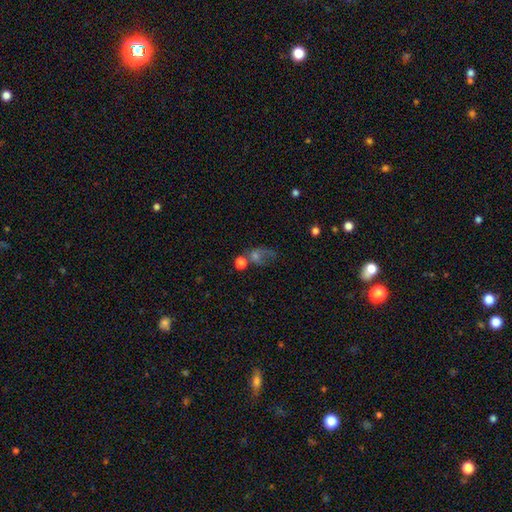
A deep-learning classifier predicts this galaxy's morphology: Smooth or featured: smooth — 41% (featured or disk — 30%)
Merging: major disturbance — 33% (none — 32%)